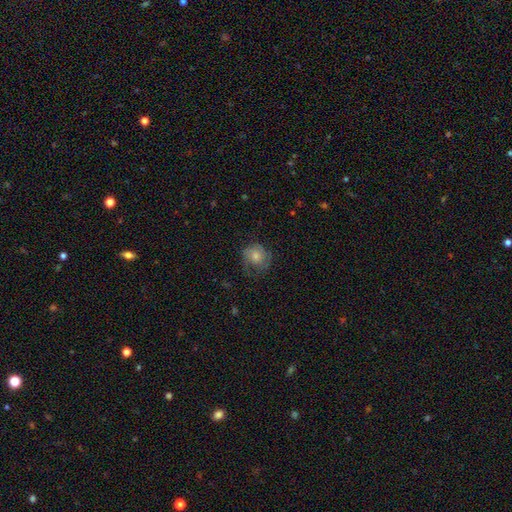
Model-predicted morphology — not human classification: This is possibly a smooth galaxy (50%). How rounded: clearly round (82%). Merging: likely none (67%).